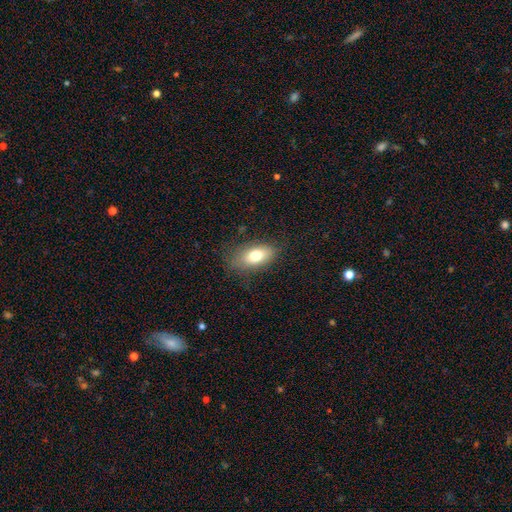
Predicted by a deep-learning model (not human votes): This appears to be a smooth galaxy with no disk features (74%) that is in between round and cigar-shaped (86%). Merging: none (78%).